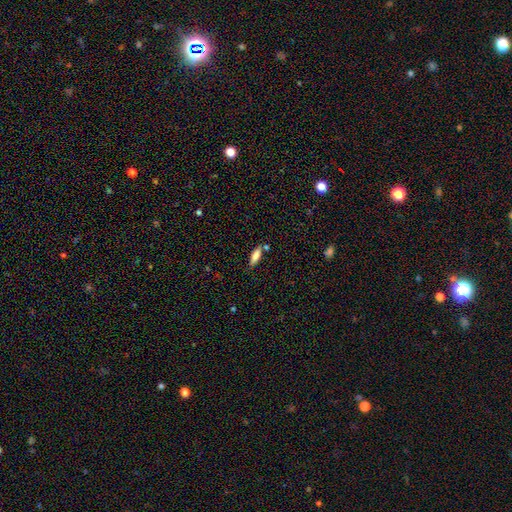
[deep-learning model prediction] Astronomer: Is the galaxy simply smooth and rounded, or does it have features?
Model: smooth — 80%.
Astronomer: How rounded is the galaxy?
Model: in between — 59% (runner-up: cigar-shaped, 39%).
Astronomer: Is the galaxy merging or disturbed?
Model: none — 74%.